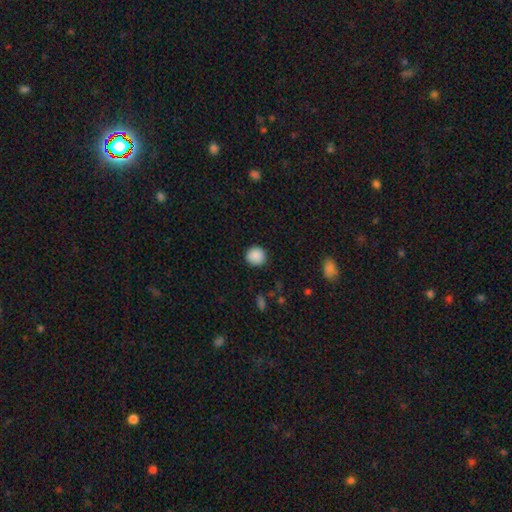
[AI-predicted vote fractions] smooth-or-featured: smooth: 89% | star or artifact: 8% | featured or disk: 3%
  how-rounded: round: 92% | in between: 8% | cigar-shaped: 1%
  merging: none: 90% | minor disturbance: 6% | major disturbance: 2% | merger: 1%